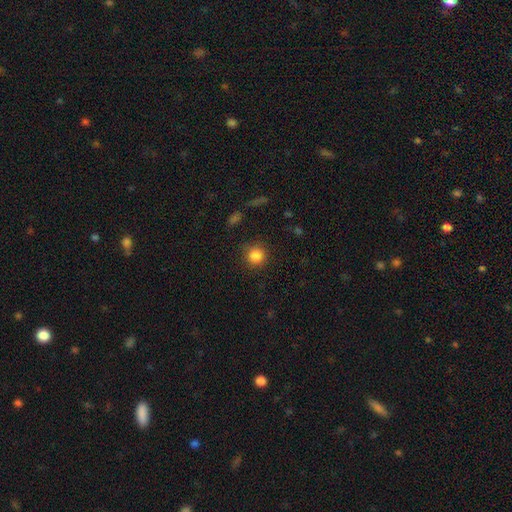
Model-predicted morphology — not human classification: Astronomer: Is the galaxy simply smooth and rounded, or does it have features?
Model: smooth — 85%.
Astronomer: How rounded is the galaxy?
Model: round — 93%.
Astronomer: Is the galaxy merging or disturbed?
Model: none — 87%.